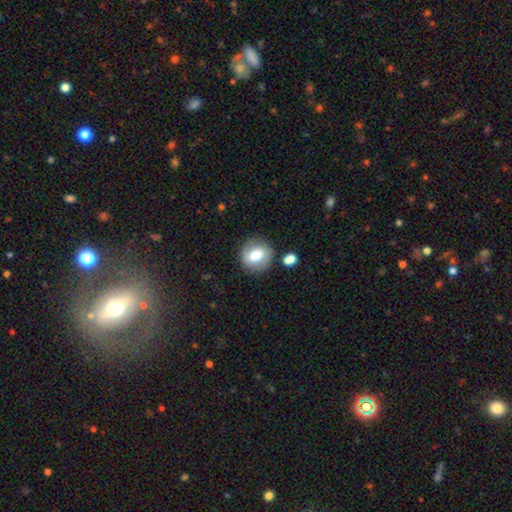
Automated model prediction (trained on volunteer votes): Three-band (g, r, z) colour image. It shows a smooth galaxy with no disk features (66%) that is round (76%). Merging: none (79%).